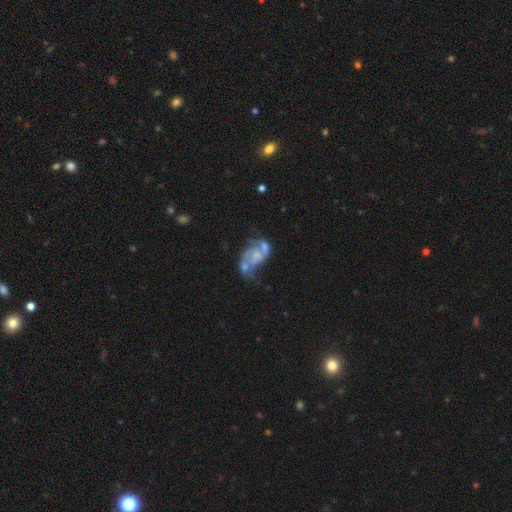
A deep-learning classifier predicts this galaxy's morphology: The model was most divided on "spiral winding": loose: 43%, medium: 41%, tight: 16%. Remaining: edge-on disk — no (98%); spiral arms — yes (77%); spiral arm count — 2 (75%); smooth or featured — featured or disk (73%); bar — no (69%); bulge size — none (38%); merging — merger (34%).